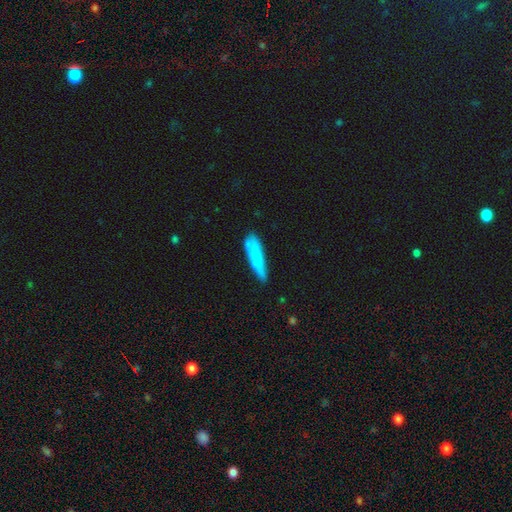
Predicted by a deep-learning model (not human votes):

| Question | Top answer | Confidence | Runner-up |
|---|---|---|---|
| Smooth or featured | smooth | 71% | featured or disk (22%) |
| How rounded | cigar-shaped | 75% | in between (23%) |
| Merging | none | 59% | minor disturbance (27%) |